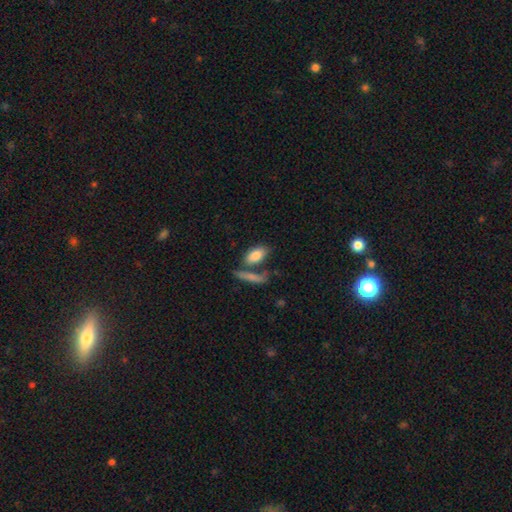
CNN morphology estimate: Smooth or featured? smooth (81%)
How rounded? in between (87%)
Merging? none (55%)